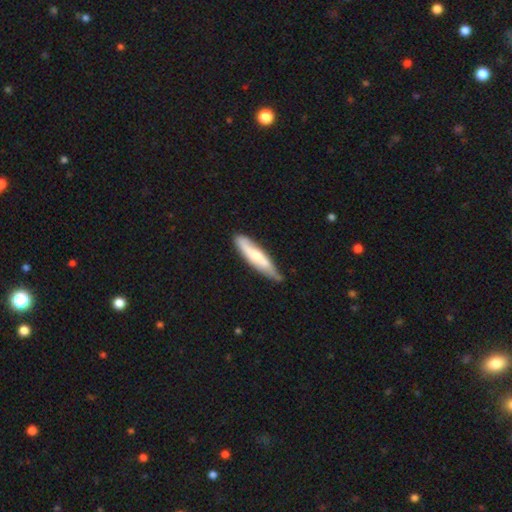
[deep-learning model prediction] This appears to be a smooth galaxy with no disk features (50%) that is cigar-shaped (78%). Merging: none (67%).